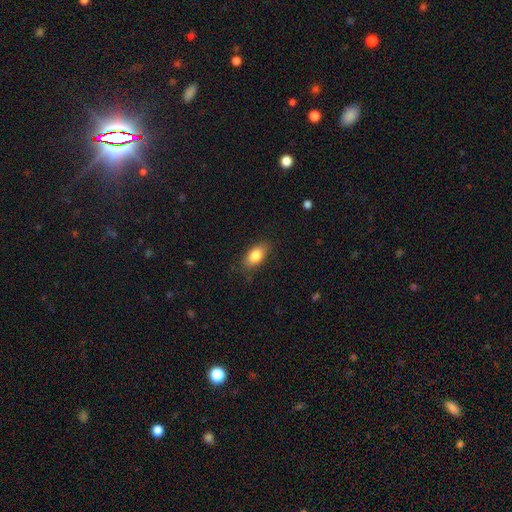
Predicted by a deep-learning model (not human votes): Smooth or featured? smooth (82%)
How rounded? in between (88%)
Merging? none (82%)